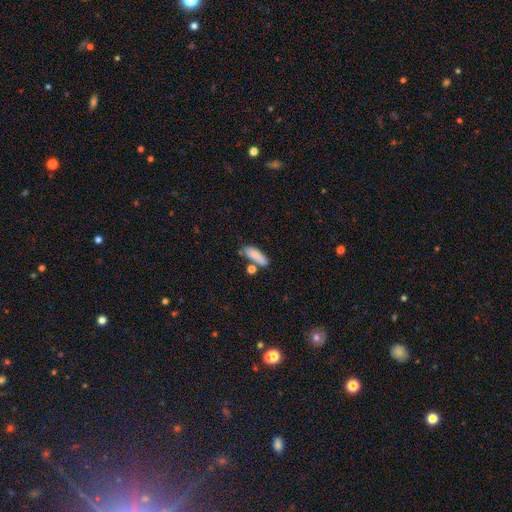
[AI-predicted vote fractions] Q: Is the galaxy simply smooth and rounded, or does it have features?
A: smooth — 81%.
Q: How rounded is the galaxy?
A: in between — 62%.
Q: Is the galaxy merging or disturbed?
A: none — 55%.